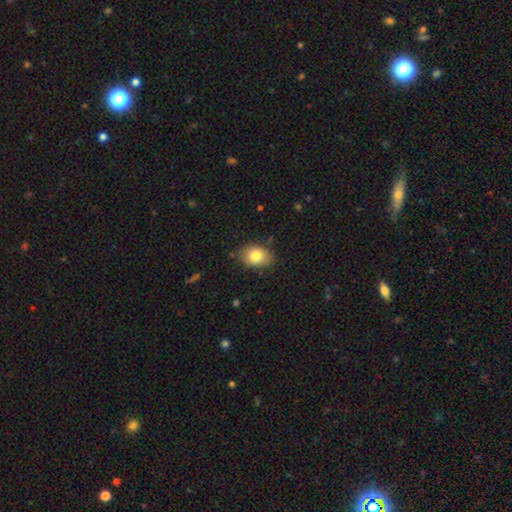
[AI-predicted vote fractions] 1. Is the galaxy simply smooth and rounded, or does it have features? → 81% smooth, 11% featured or disk, 8% star or artifact.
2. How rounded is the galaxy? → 76% in between, 23% round, 1% cigar-shaped.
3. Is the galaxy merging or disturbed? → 80% none, 15% minor disturbance, 3% major disturbance, 2% merger.